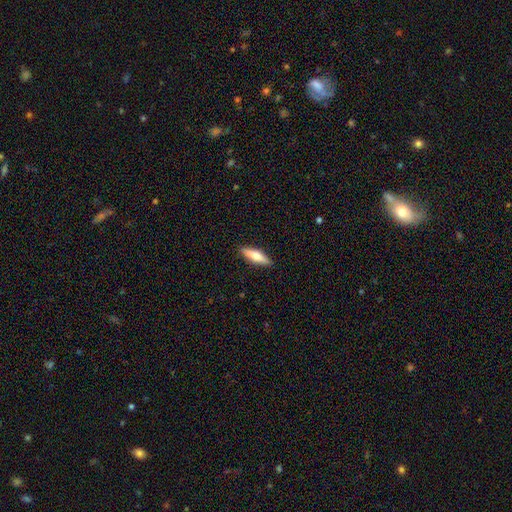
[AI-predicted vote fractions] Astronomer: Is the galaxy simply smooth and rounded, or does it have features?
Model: smooth — 60%.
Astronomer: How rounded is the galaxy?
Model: cigar-shaped — 66%.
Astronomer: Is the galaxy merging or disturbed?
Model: none — 90%.